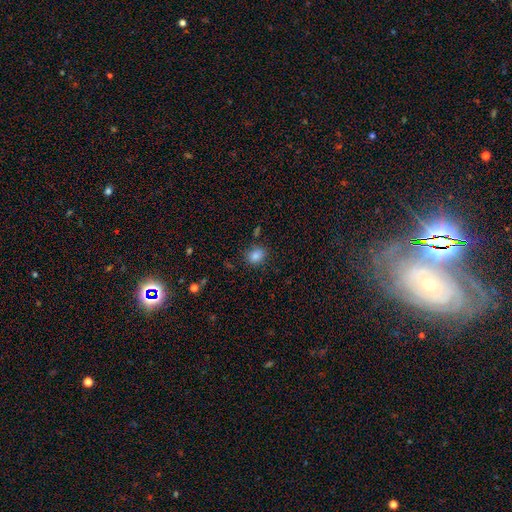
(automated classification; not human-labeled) A smooth galaxy with no disk features (83%) that is round (58%).

Vote fractions:
- Smooth or featured? smooth: 83% / star or artifact: 11% / featured or disk: 6%
- How rounded? round: 58% / in between: 41% / cigar-shaped: 1%
- Merging? none: 83% / minor disturbance: 11% / major disturbance: 3% / merger: 3%